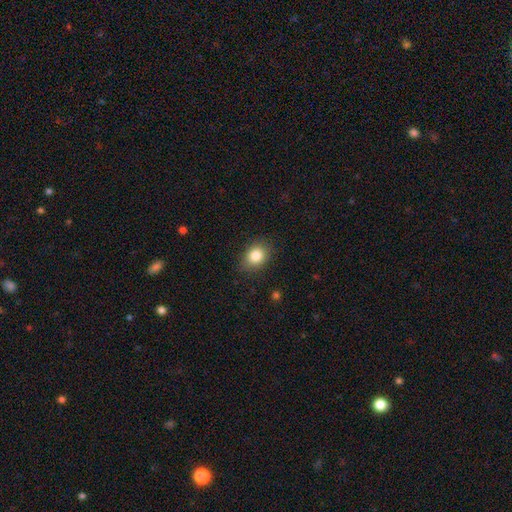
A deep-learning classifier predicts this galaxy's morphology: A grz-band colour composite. It shows a smooth galaxy with no disk features (84%) that is in between round and cigar-shaped (57%). Merging: none (82%).